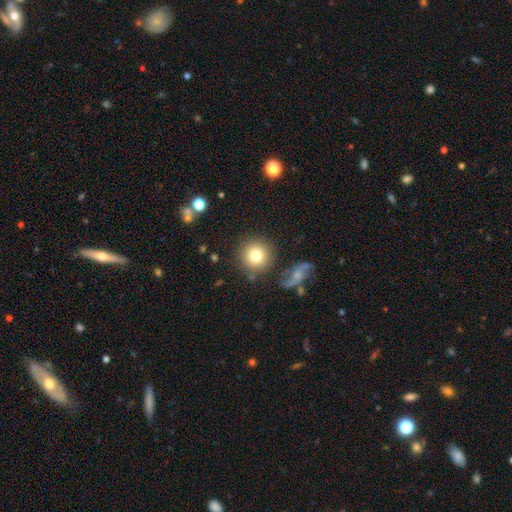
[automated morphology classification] Overall: smooth (77%). How rounded: round (94%). Merging: none (83%).